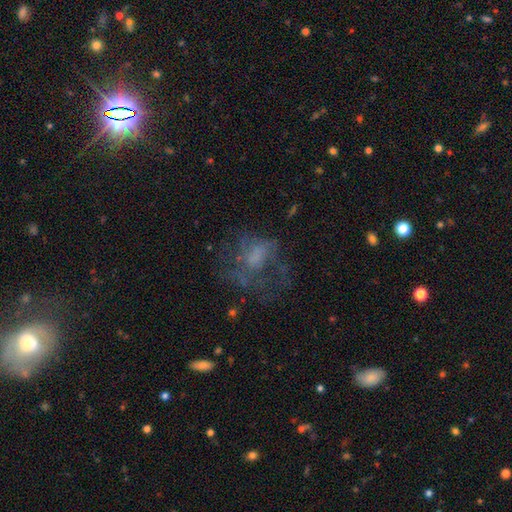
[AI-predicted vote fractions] featured or disk 44%, smooth 36%, star or artifact 20%. Down the decision tree: merging — major disturbance (42%).